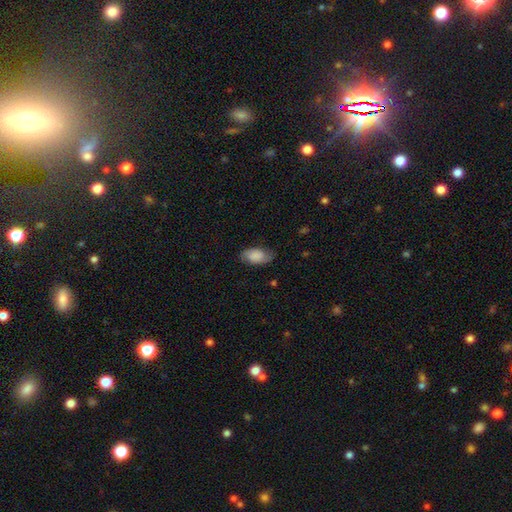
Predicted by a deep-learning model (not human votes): Morphology: type=smooth (70%); roundness=in between (93%); merging=none (76%).